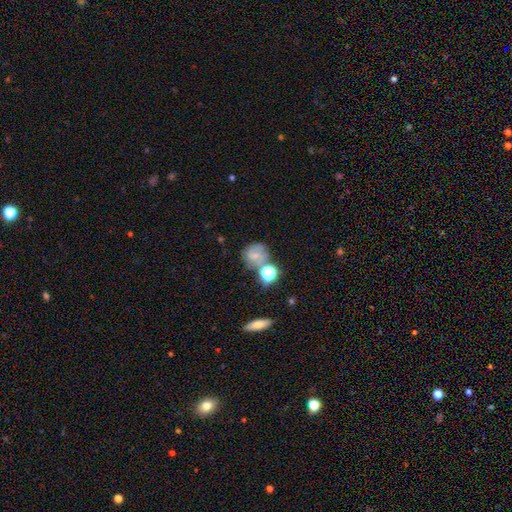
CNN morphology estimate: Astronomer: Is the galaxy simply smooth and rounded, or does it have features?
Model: smooth — 44% (runner-up: featured or disk, 39%).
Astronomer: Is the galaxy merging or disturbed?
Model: none — 52%.